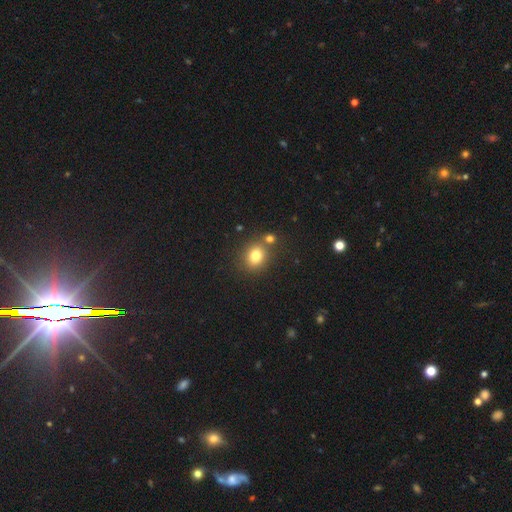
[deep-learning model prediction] Smooth or featured?
  - smooth: 79% *
  - star or artifact: 13%
  - featured or disk: 8%
How rounded?
  - round: 63% *
  - in between: 36%
  - cigar-shaped: 1%
Merging?
  - none: 69% *
  - merger: 18%
  - minor disturbance: 10%
  - major disturbance: 3%